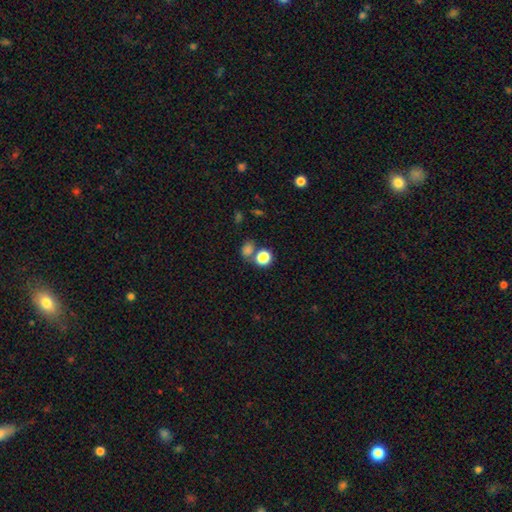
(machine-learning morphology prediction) A star or artifact, not a galaxy (47%).